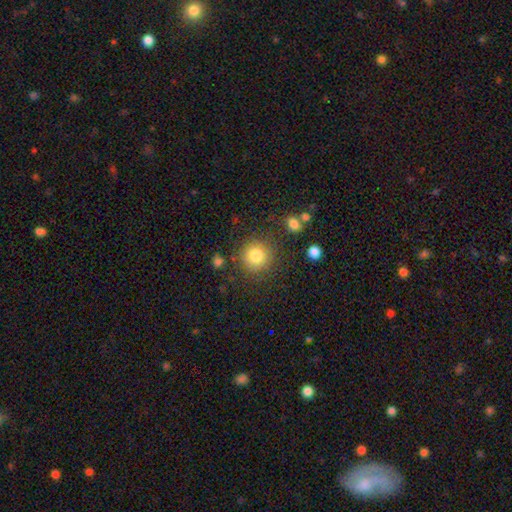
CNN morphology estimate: smooth 82%, star or artifact 10%, featured or disk 8%. Down the decision tree: how rounded — round (92%); merging — none (82%).